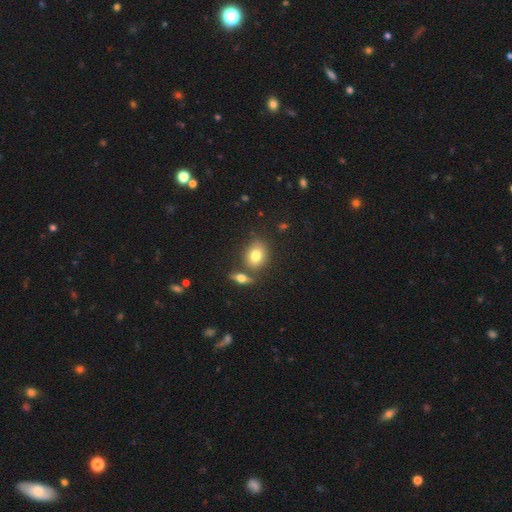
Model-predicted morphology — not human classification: This appears to be a smooth galaxy with no disk features (77%) that is in between round and cigar-shaped (57%). Merging: none (66%).